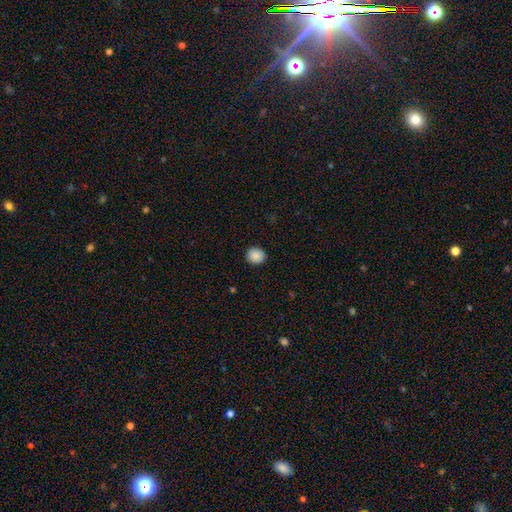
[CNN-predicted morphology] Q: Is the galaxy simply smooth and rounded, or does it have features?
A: smooth — 88%.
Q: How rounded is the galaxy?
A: round — 87%.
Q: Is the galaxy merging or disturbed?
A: none — 91%.